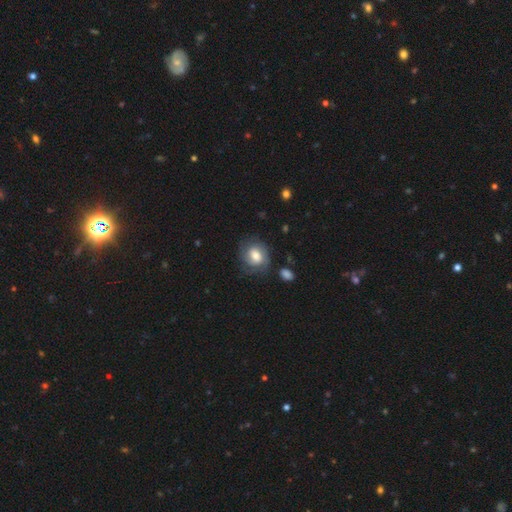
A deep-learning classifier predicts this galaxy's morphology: A smooth galaxy with no disk features (47%).

Vote fractions:
- Smooth or featured? smooth: 47% / featured or disk: 45% / star or artifact: 8%
- Merging? none: 66% / minor disturbance: 21% / major disturbance: 11% / merger: 3%